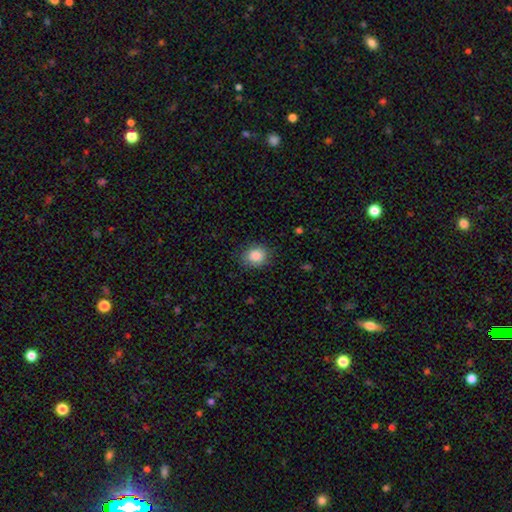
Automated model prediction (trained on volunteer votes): Overall: smooth (86%). How rounded: round (63%; in between 36%). Merging: none (83%).